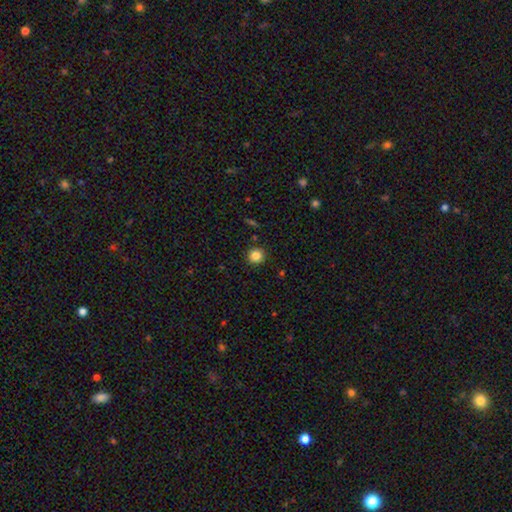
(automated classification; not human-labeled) The model was most divided on "smooth or featured": smooth: 85%, star or artifact: 11%, featured or disk: 4%. More confident: how rounded — round (94%); merging — none (91%).